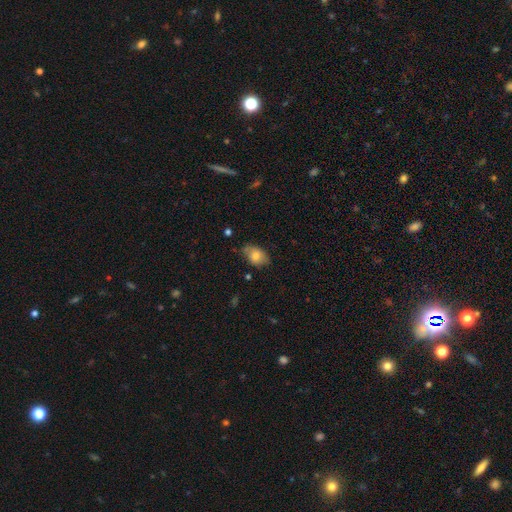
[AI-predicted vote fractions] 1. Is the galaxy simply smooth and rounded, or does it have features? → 75% smooth, 17% featured or disk, 8% star or artifact.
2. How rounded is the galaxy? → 83% in between, 15% round, 1% cigar-shaped.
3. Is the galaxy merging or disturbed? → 66% none, 27% minor disturbance, 5% major disturbance, 2% merger.